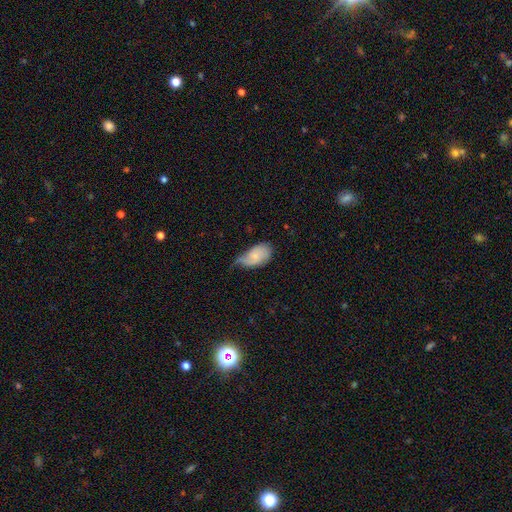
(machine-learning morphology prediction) Q: Smooth or featured?
A: smooth (63%); runner-up: featured or disk (30%)
Q: How rounded?
A: in between (92%); runner-up: round (6%)
Q: Merging?
A: minor disturbance (47%); runner-up: major disturbance (27%)